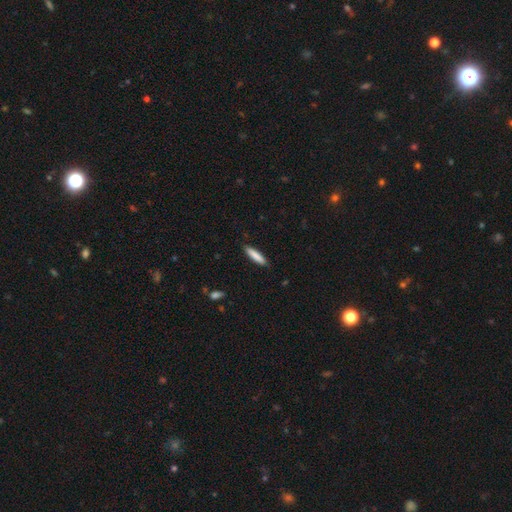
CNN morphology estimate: smooth-or-featured: smooth: 85% | featured or disk: 9% | star or artifact: 6%
  how-rounded: cigar-shaped: 84% | in between: 15% | round: 1%
  merging: none: 90% | minor disturbance: 7% | major disturbance: 2% | merger: 1%